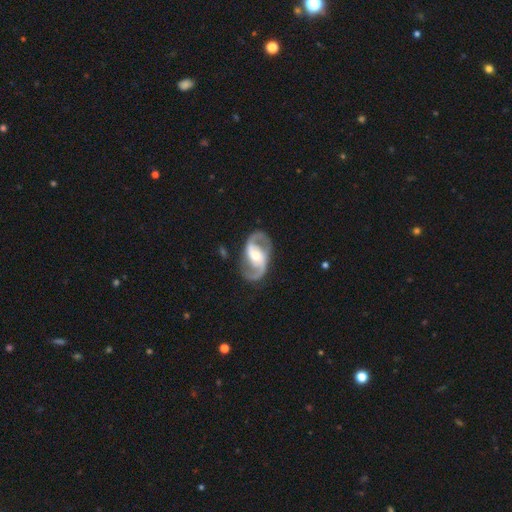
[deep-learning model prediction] smooth_or_featured: featured or disk (p=0.90) [alt: smooth p=0.06]
disk_edge_on: no (p=0.97) [alt: yes p=0.03]
bar: weak (p=0.39) [alt: no p=0.32]
has_spiral_arms: yes (p=0.96) [alt: no p=0.04]
spiral_winding: medium (p=0.54) [alt: loose p=0.31]
spiral_arm_count: 2 (p=0.93) [alt: can't tell p=0.02]
bulge_size: moderate (p=0.62) [alt: small p=0.28]
merging: none (p=0.82) [alt: minor disturbance p=0.11]